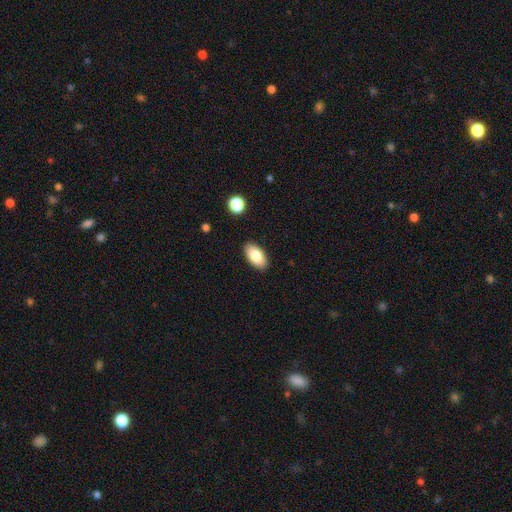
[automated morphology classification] Smooth or featured? Predicted: smooth (p=0.83). How rounded? Predicted: in between (p=0.94). Merging? Predicted: none (p=0.89).